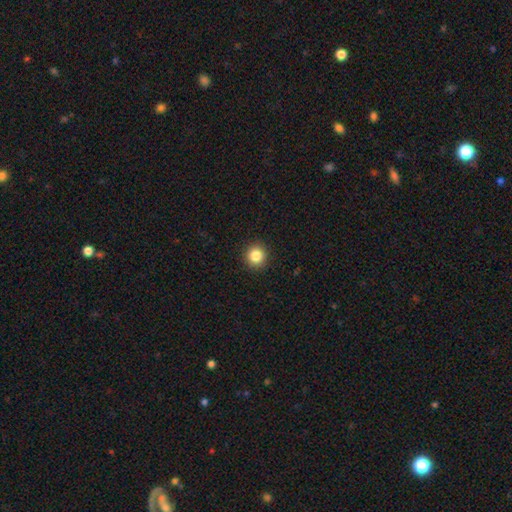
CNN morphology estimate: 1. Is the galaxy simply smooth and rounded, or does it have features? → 85% smooth, 11% star or artifact, 5% featured or disk.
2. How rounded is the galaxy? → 93% round, 6% in between, 1% cigar-shaped.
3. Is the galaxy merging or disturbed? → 92% none, 5% minor disturbance, 2% major disturbance, 1% merger.